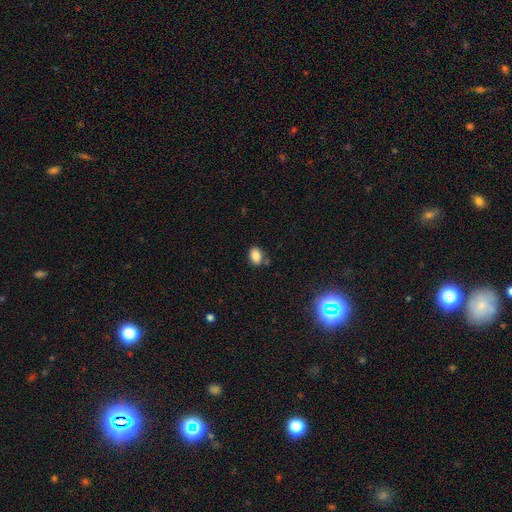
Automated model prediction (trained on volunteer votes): Morphology: type=smooth (84%); roundness=in between (80%); merging=none (74%).